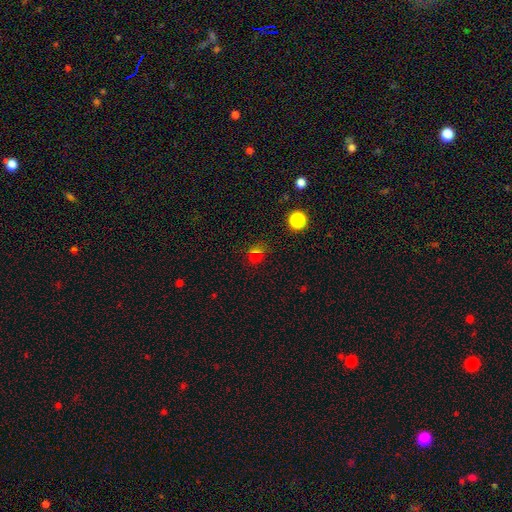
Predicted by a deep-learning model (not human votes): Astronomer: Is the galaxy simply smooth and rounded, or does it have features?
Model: smooth — 54% (runner-up: star or artifact, 38%).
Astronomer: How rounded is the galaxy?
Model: round — 71%.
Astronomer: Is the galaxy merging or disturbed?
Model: none — 74%.